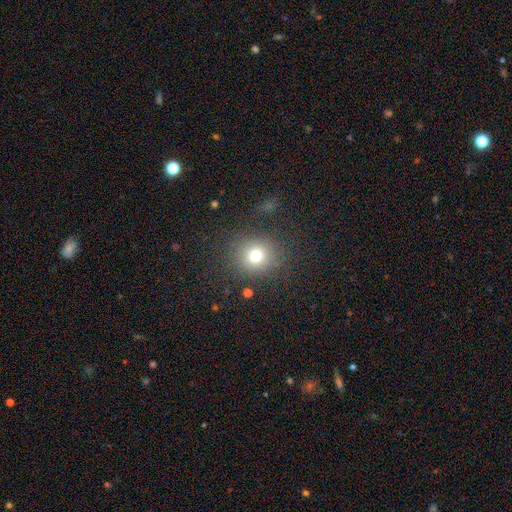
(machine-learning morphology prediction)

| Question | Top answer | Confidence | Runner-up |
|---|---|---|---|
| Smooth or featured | smooth | 74% | star or artifact (16%) |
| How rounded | round | 87% | in between (12%) |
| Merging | none | 83% | minor disturbance (9%) |